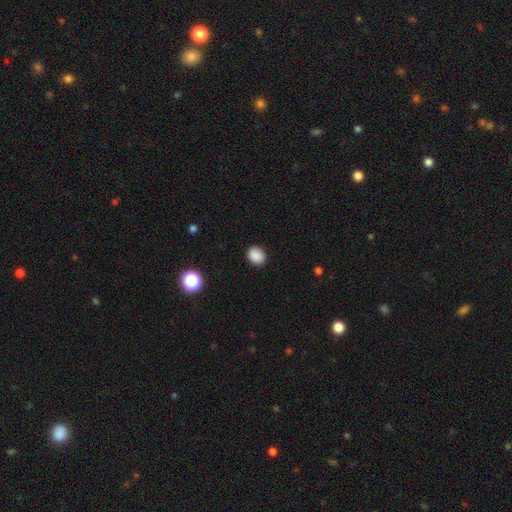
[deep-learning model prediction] Smooth or featured? Predicted: smooth (p=0.88). How rounded? Predicted: round (p=0.51). Merging? Predicted: none (p=0.89).